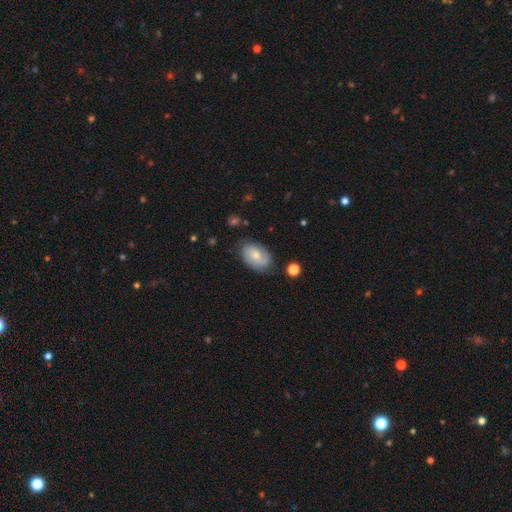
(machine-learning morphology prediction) type=smooth (51%); roundness=in between (86%); merging=none (74%).